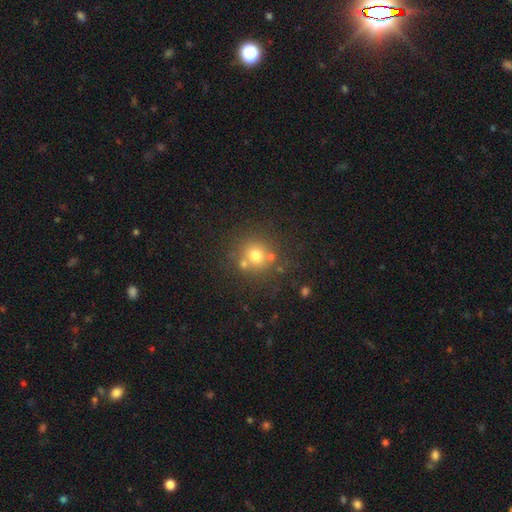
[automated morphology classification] A smooth galaxy with no disk features (71%) that is round (90%).

Vote fractions:
- Smooth or featured? smooth: 71% / star or artifact: 17% / featured or disk: 13%
- How rounded? round: 90% / in between: 9% / cigar-shaped: 1%
- Merging? none: 70% / merger: 17% / minor disturbance: 10% / major disturbance: 4%